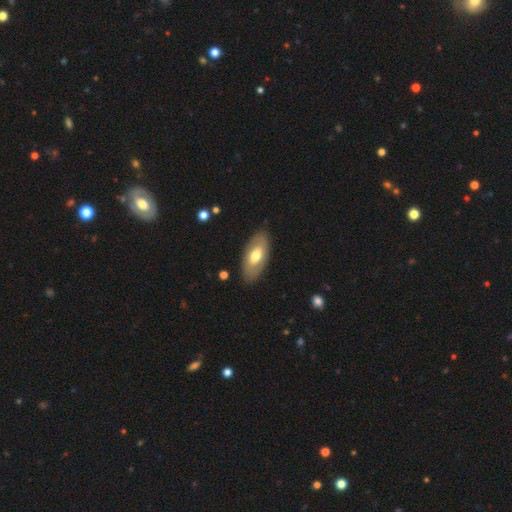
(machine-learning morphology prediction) Smooth or featured? Predicted: smooth (p=0.55). How rounded? Predicted: in between (p=0.91). Merging? Predicted: none (p=0.85).